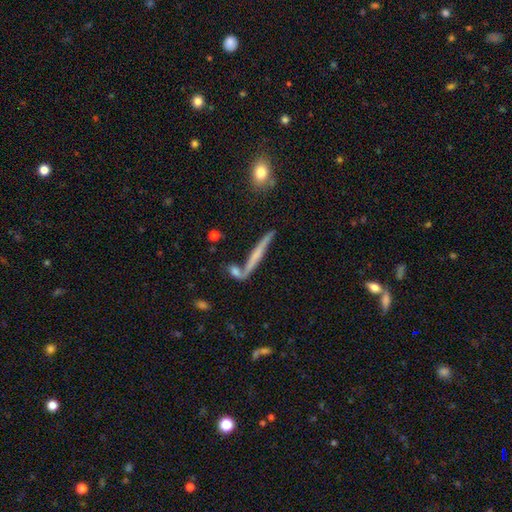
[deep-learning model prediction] smooth_or_featured: featured or disk (p=0.57) [alt: smooth p=0.34]
disk_edge_on: yes (p=0.90) [alt: no p=0.10]
edge_on_bulge: none (p=0.60) [alt: rounded p=0.29]
merging: none (p=0.66) [alt: merger p=0.15]